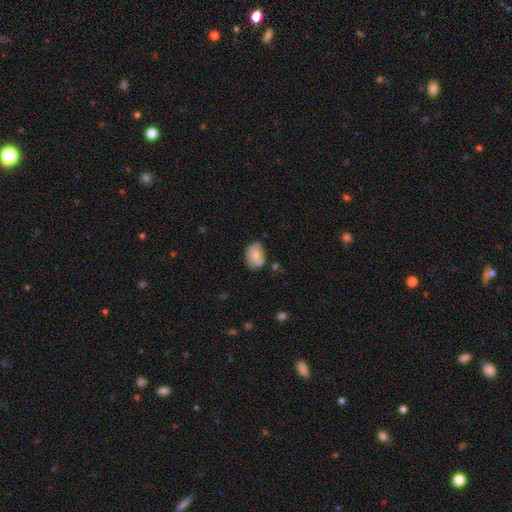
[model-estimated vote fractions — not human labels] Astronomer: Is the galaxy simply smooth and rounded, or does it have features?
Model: smooth — 64%.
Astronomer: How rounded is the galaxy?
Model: in between — 76%.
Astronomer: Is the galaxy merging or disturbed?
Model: none — 56%.